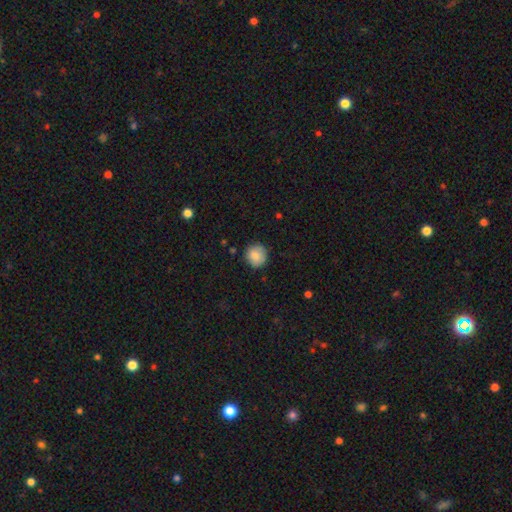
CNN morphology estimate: type=smooth (84%); roundness=round (92%); merging=none (86%).